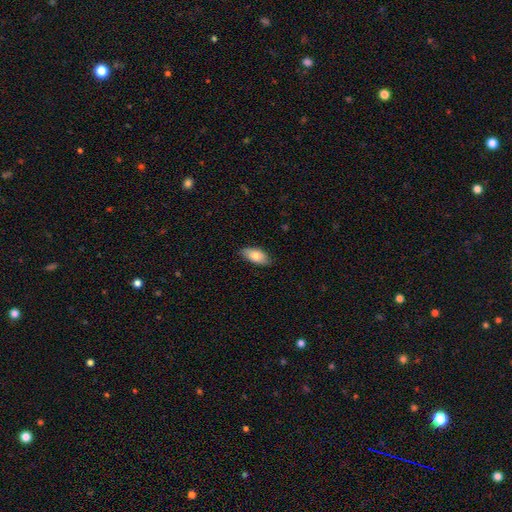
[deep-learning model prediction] Smooth or featured? Predicted: smooth (p=0.81). How rounded? Predicted: in between (p=0.91). Merging? Predicted: none (p=0.83).